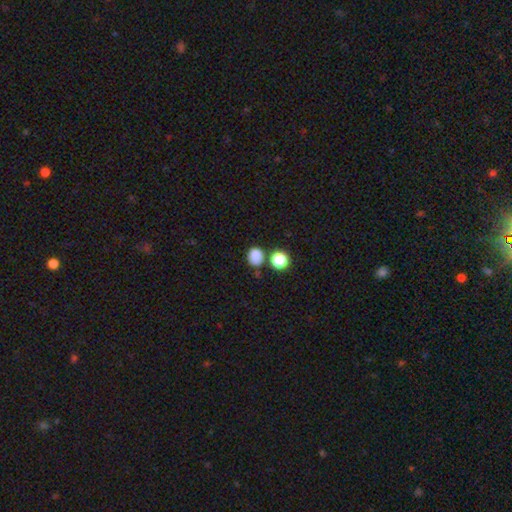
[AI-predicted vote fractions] Overall: smooth (83%). How rounded: round (69%; in between 30%). Merging: none (69%).